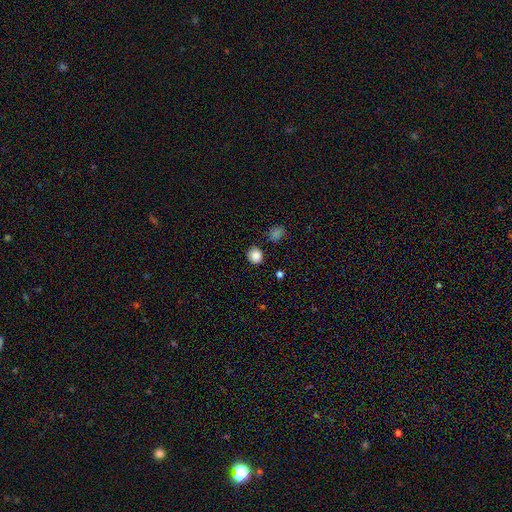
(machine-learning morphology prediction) Smooth or featured? smooth (86%)
How rounded? round (86%)
Merging? none (87%)